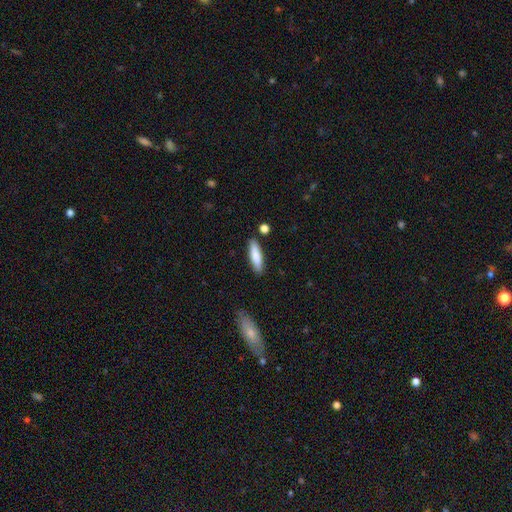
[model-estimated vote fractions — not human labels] This is clearly a smooth galaxy (82%). How rounded: likely cigar-shaped (67%). Merging: clearly none (85%).